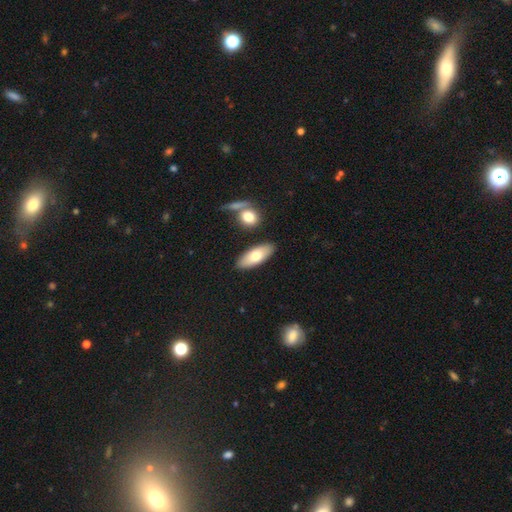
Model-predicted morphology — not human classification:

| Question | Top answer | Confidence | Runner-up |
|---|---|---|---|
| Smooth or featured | smooth | 73% | featured or disk (21%) |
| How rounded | in between | 80% | cigar-shaped (17%) |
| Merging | none | 83% | minor disturbance (9%) |